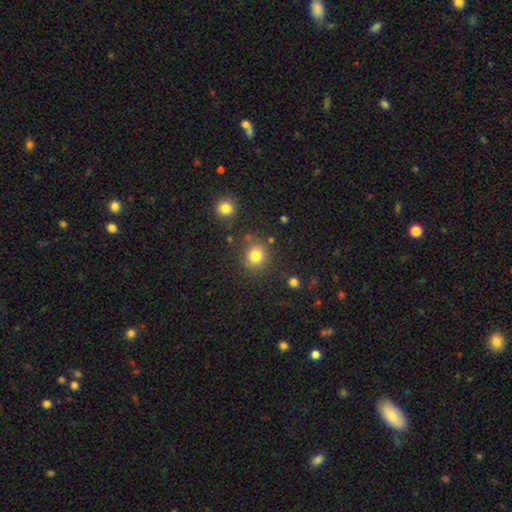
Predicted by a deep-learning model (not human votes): This is clearly a smooth galaxy (80%). How rounded: clearly round (87%). Merging: likely none (80%).